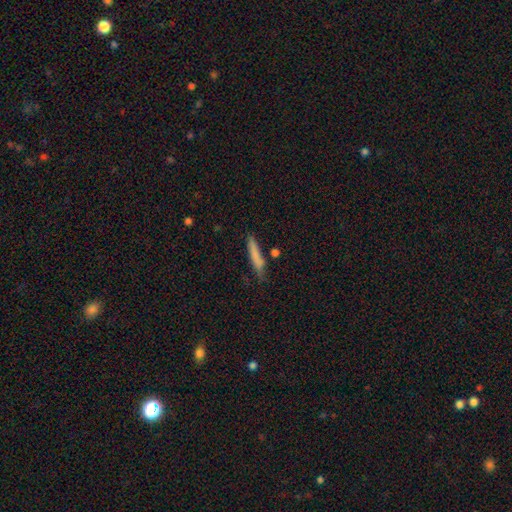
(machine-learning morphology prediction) Overall: smooth (76%). How rounded: cigar-shaped (90%). Merging: none (71%).